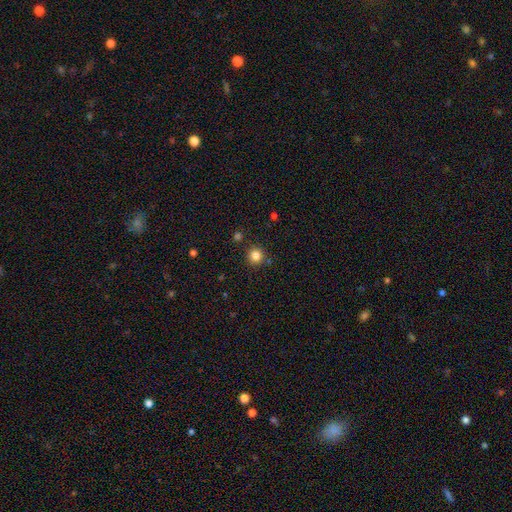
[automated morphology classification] A smooth galaxy with no disk features (83%) that is round (93%).

Vote fractions:
- Smooth or featured? smooth: 83% / star or artifact: 12% / featured or disk: 5%
- How rounded? round: 93% / in between: 6% / cigar-shaped: 1%
- Merging? none: 86% / minor disturbance: 7% / merger: 4% / major disturbance: 2%